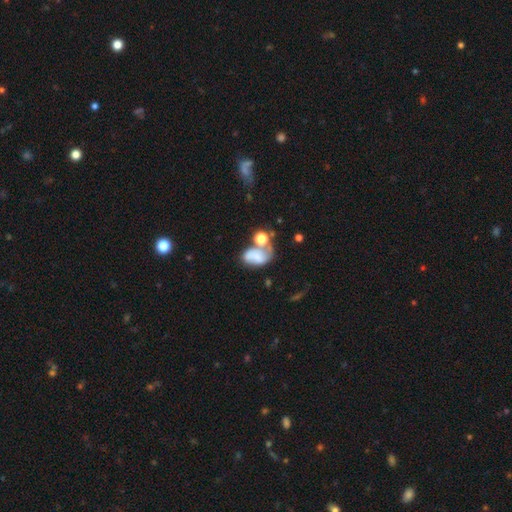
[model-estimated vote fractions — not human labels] Overall: smooth (52%; featured or disk 35%). How rounded: in between (79%). Merging: merger (36%; none 27%).